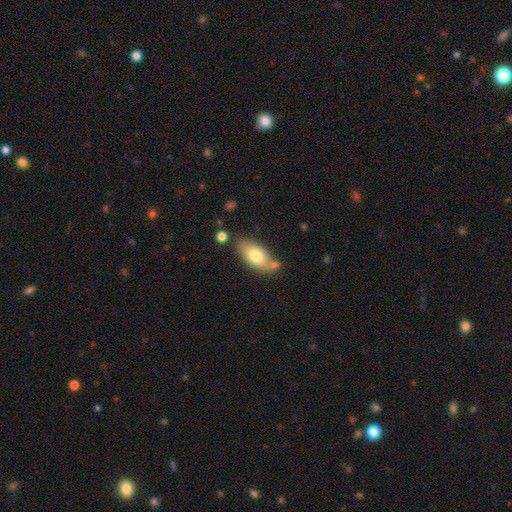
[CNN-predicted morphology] type=smooth (75%); roundness=in between (91%); merging=none (66%).